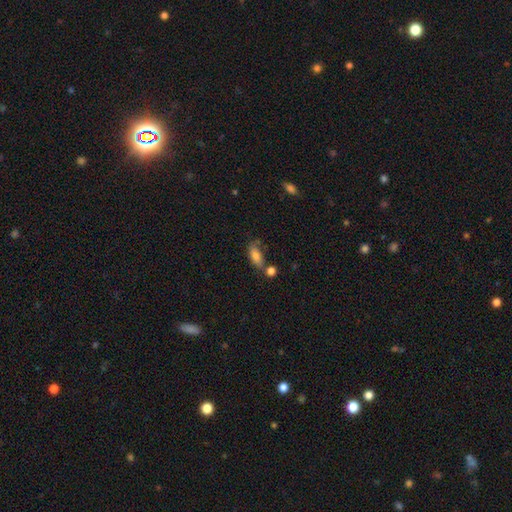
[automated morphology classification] A smooth galaxy with no disk features (80%) that is in between round and cigar-shaped (81%).

Vote fractions:
- Smooth or featured? smooth: 80% / featured or disk: 11% / star or artifact: 9%
- How rounded? in between: 81% / cigar-shaped: 15% / round: 4%
- Merging? none: 54% / minor disturbance: 21% / merger: 18% / major disturbance: 7%